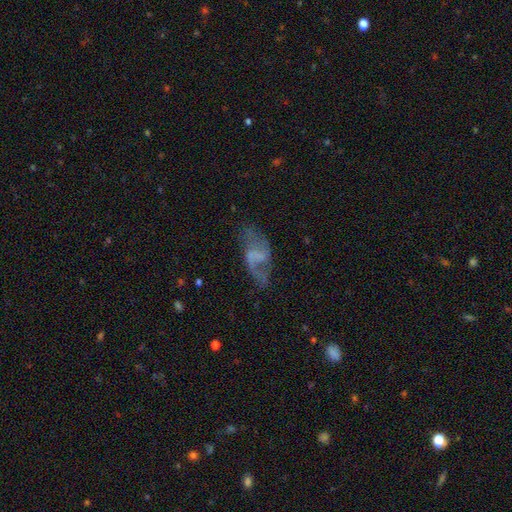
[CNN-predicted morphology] Smooth or featured? Predicted: featured or disk (p=0.70). Edge-on disk? Predicted: no (p=0.95). Bar? Predicted: weak (p=0.46). Spiral arms? Predicted: yes (p=0.78). Spiral winding? Predicted: loose (p=0.60). Spiral arm count? Predicted: 2 (p=0.79). Bulge size? Predicted: none (p=0.59). Merging? Predicted: none (p=0.56).